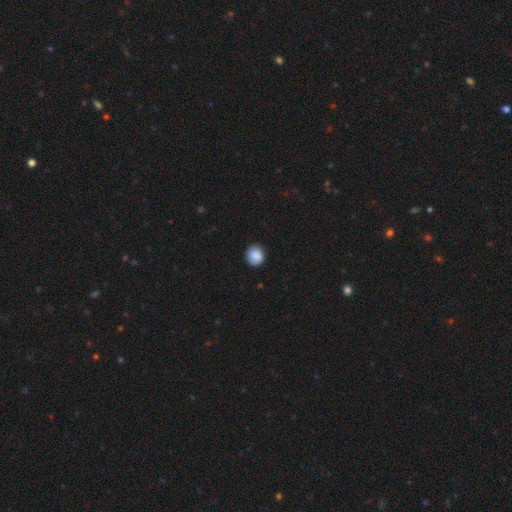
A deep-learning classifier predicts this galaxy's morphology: Q: Smooth or featured?
A: smooth (86%); runner-up: star or artifact (8%)
Q: How rounded?
A: round (87%); runner-up: in between (13%)
Q: Merging?
A: none (84%); runner-up: minor disturbance (12%)